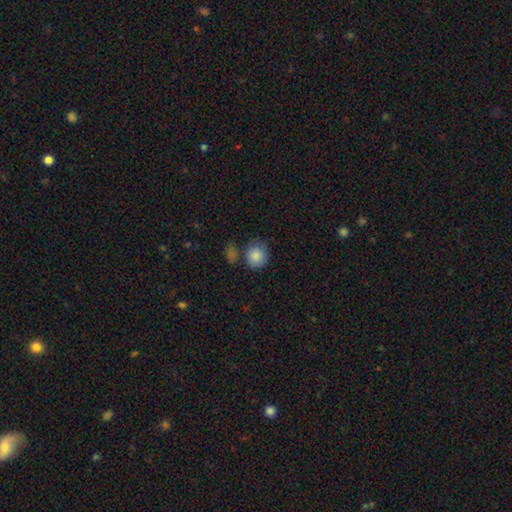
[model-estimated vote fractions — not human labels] smooth-or-featured: smooth: 86% | star or artifact: 8% | featured or disk: 6%
  how-rounded: round: 83% | in between: 16% | cigar-shaped: 1%
  merging: none: 65% | minor disturbance: 18% | merger: 11% | major disturbance: 6%